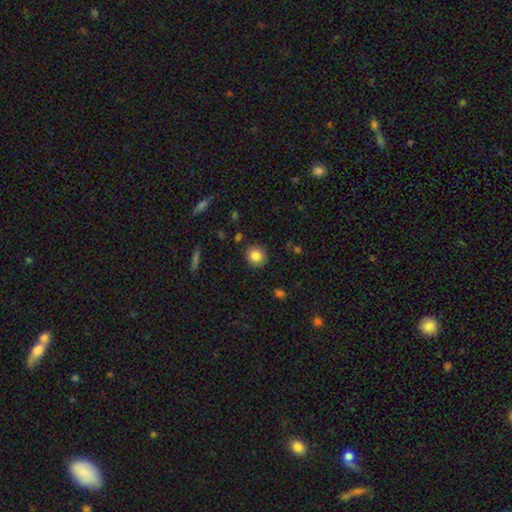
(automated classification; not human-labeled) smooth_or_featured: smooth (p=0.85) [alt: star or artifact p=0.10]
how_rounded: round (p=0.90) [alt: in between p=0.09]
merging: none (p=0.90) [alt: minor disturbance p=0.07]